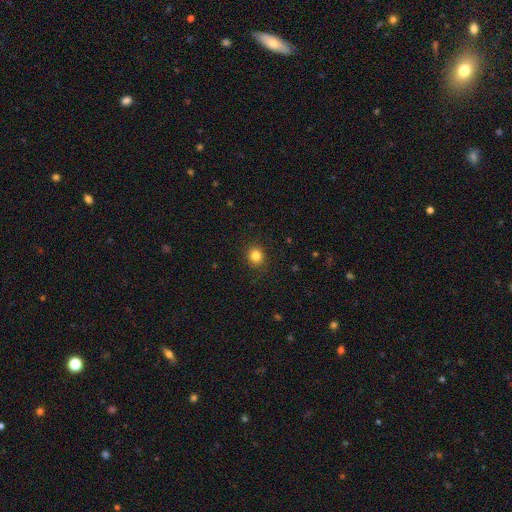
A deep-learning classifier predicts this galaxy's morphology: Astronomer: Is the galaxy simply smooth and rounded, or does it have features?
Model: smooth — 84%.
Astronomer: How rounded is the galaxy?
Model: round — 80%.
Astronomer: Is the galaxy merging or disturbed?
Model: none — 90%.